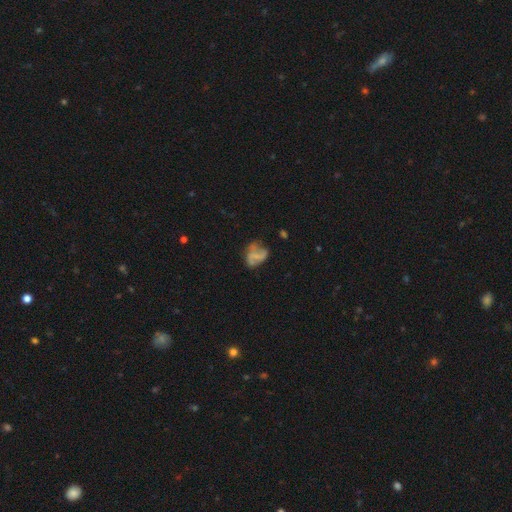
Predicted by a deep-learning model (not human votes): Smooth or featured? featured or disk (54%)
Edge-on disk? no (97%)
Bar? no (58%)
Spiral arms? yes (55%)
Bulge size? none (62%)
Merging? none (43%)